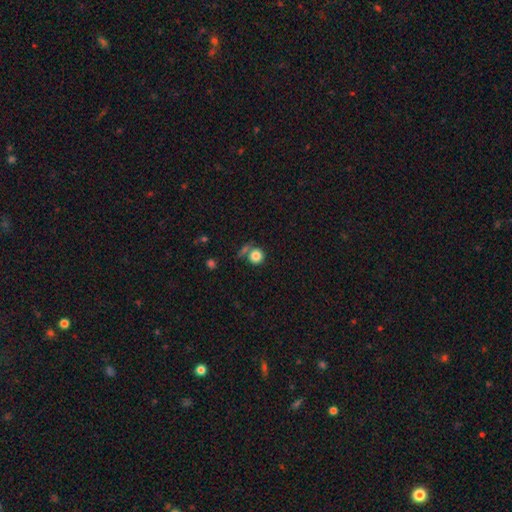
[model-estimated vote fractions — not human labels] A smooth galaxy with no disk features (82%) that is round (91%). Merging: none (63%).